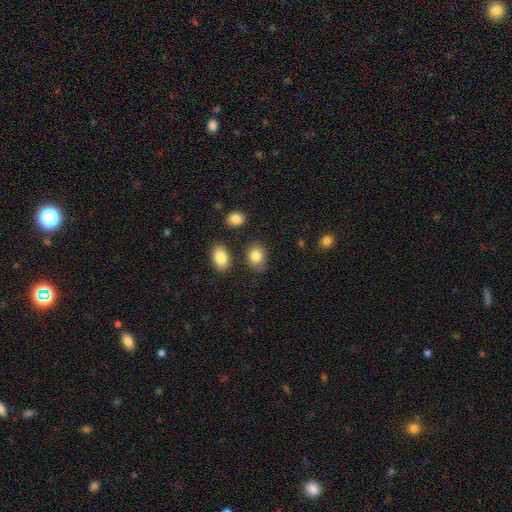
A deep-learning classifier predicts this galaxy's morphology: Smooth or featured: smooth — 84% (star or artifact — 9%)
How rounded: in between — 54% (round — 44%)
Merging: none — 70% (minor disturbance — 20%)